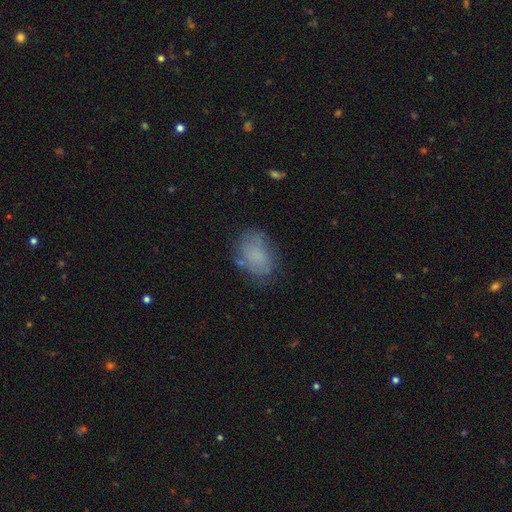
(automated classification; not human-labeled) Morphology: type=smooth (67%); roundness=in between (78%); merging=none (62%).